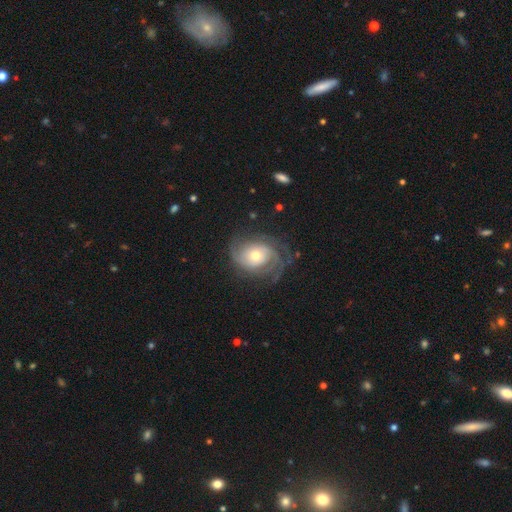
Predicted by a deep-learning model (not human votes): featured or disk 81%, smooth 13%, star or artifact 6%. Down the decision tree: edge-on disk — no (97%); bar — no (74%); spiral arms — yes (93%); spiral arm count — 2 (37%); spiral winding — tight (51%); bulge size — moderate (57%); merging — none (64%).